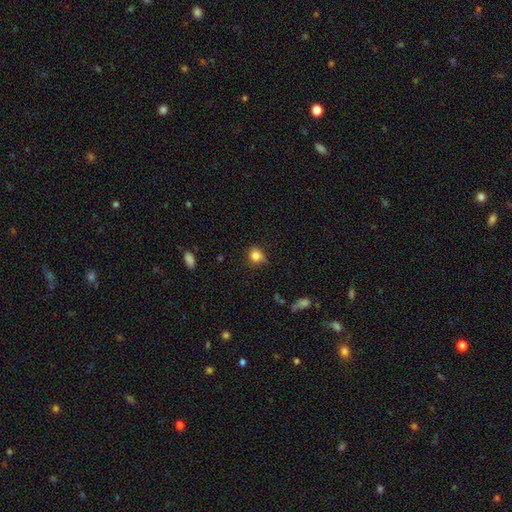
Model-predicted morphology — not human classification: This is clearly a smooth galaxy (82%). How rounded: likely round (70%). Merging: likely none (62%).